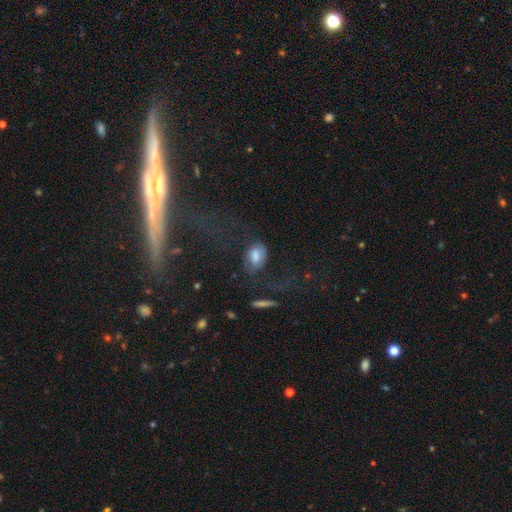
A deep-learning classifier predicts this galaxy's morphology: This appears to be a smooth galaxy with no disk features (65%) that is in between round and cigar-shaped (81%). Merging: none (47%).